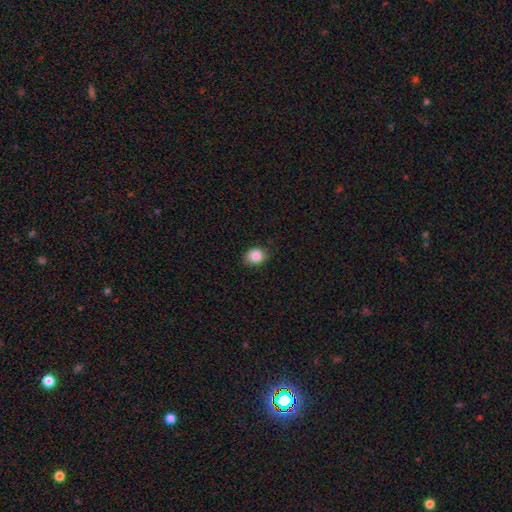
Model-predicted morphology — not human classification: Smooth or featured?
  - smooth: 86% *
  - star or artifact: 9%
  - featured or disk: 5%
How rounded?
  - round: 62% *
  - in between: 37%
  - cigar-shaped: 1%
Merging?
  - none: 83% *
  - minor disturbance: 14%
  - major disturbance: 2%
  - merger: 1%